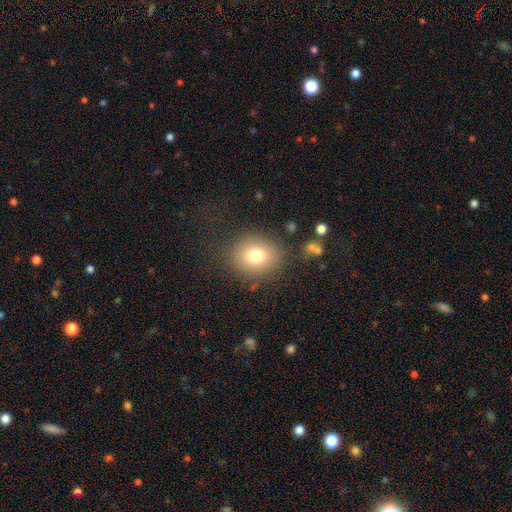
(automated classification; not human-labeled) This is likely a smooth galaxy (75%). How rounded: likely round (72%). Merging: clearly none (81%).